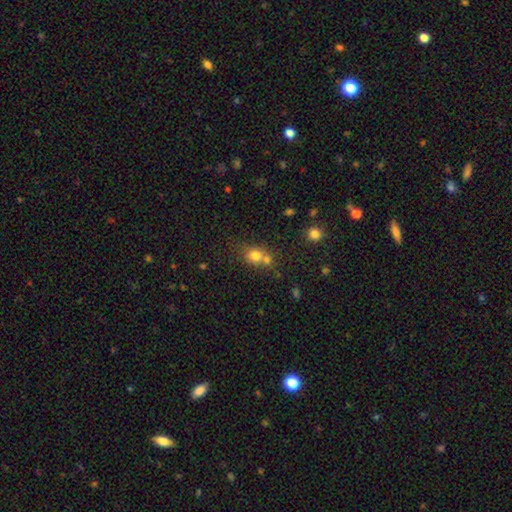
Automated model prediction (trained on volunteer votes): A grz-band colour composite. It shows a smooth galaxy with no disk features (76%) that is round (73%). Merging: merger (43%, tied with none).